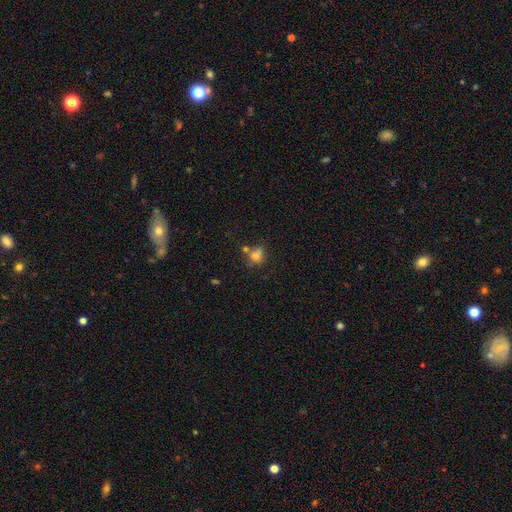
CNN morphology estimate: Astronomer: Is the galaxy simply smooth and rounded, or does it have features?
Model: smooth — 69%.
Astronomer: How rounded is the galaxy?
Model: round — 62%.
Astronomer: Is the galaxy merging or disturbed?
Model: none — 47% (runner-up: merger, 24%).